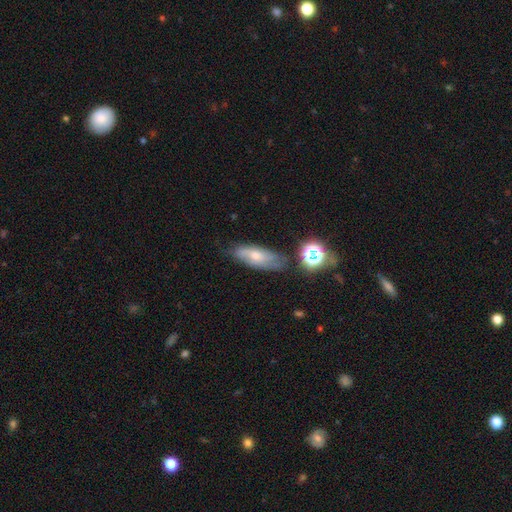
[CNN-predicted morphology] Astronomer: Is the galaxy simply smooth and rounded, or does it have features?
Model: smooth — 46% (runner-up: featured or disk, 43%).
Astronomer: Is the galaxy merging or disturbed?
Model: none — 62%.